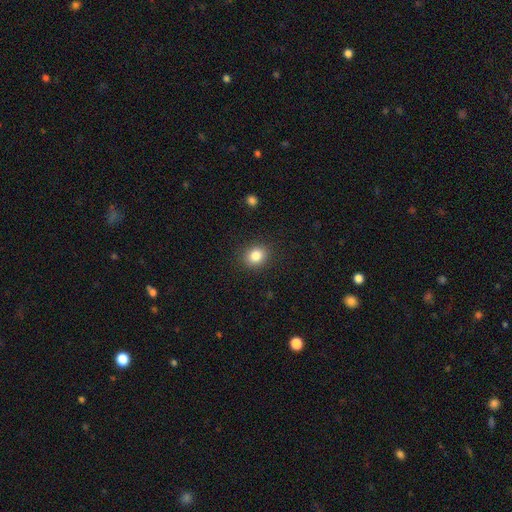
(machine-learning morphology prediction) Smooth or featured: smooth — 84% (star or artifact — 10%)
How rounded: round — 69% (in between — 30%)
Merging: none — 89% (minor disturbance — 8%)